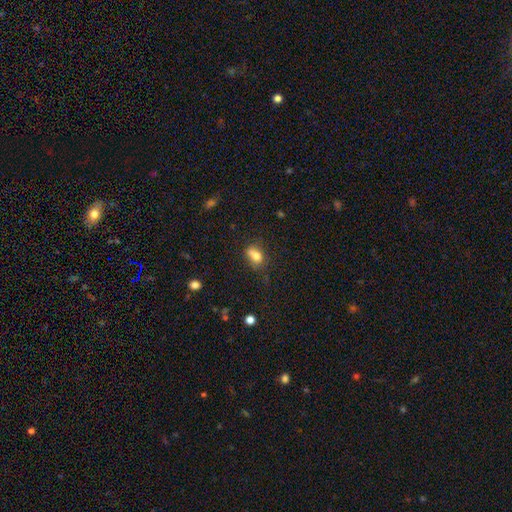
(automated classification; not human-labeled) This is likely a smooth galaxy (75%). How rounded: likely in between (70%). Merging: possibly none (46%).